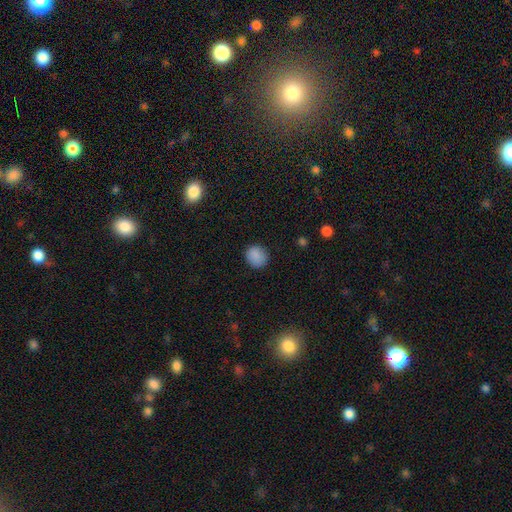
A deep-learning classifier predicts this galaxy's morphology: Q: Smooth or featured?
A: smooth (87%); runner-up: star or artifact (9%)
Q: How rounded?
A: round (80%); runner-up: in between (19%)
Q: Merging?
A: none (86%); runner-up: minor disturbance (11%)